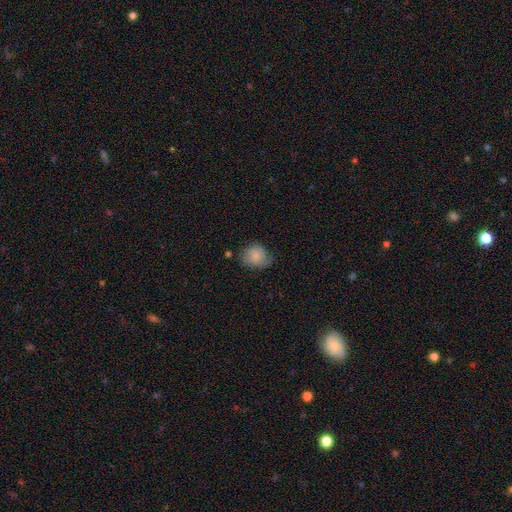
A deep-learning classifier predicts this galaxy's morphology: smooth-or-featured: smooth: 77% | featured or disk: 15% | star or artifact: 8%
  how-rounded: round: 59% | in between: 40% | cigar-shaped: 1%
  merging: none: 55% | minor disturbance: 32% | major disturbance: 10% | merger: 2%